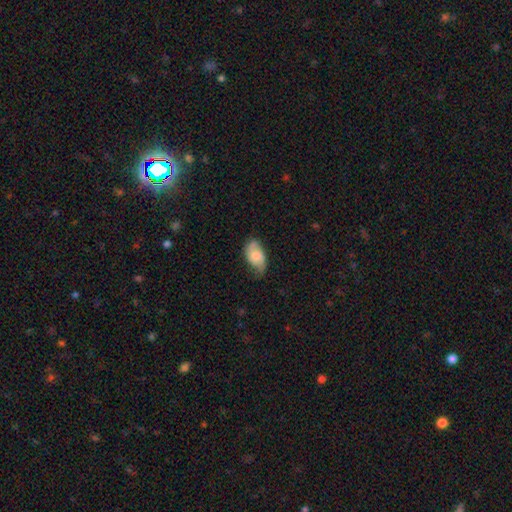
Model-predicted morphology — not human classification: Q: Smooth or featured?
A: smooth (59%); runner-up: featured or disk (34%)
Q: How rounded?
A: in between (92%); runner-up: round (6%)
Q: Merging?
A: none (55%); runner-up: minor disturbance (34%)